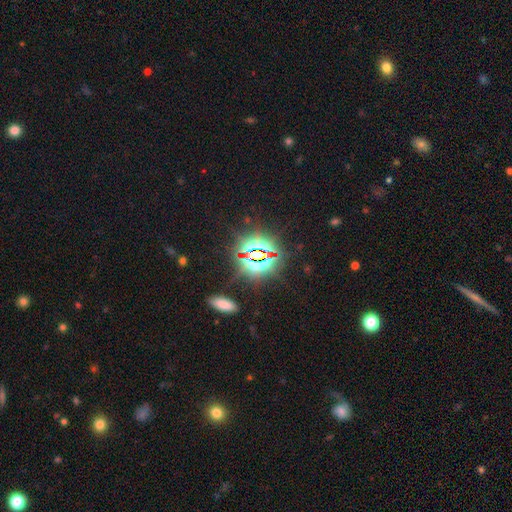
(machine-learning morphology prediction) star or artifact 79%, smooth 13%, featured or disk 8%.